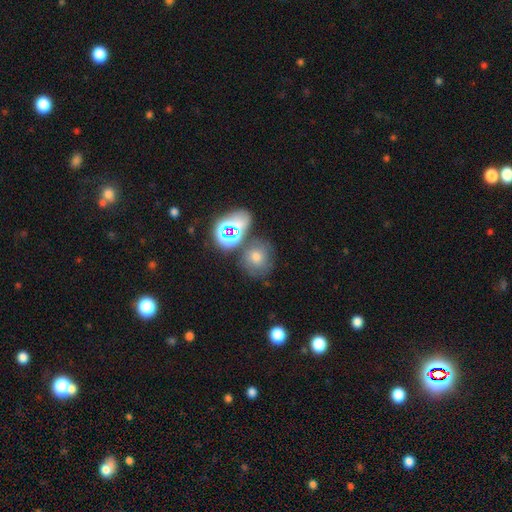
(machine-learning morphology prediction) Smooth or featured? Predicted: smooth (p=0.44). Merging? Predicted: none (p=0.63).